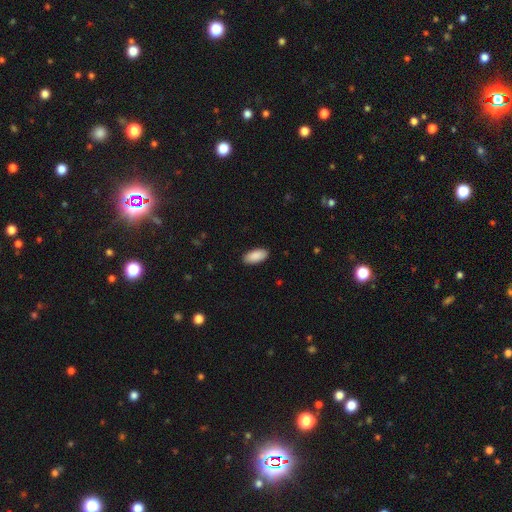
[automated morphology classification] Smooth or featured? Predicted: smooth (p=0.91). How rounded? Predicted: in between (p=0.93). Merging? Predicted: none (p=0.90).